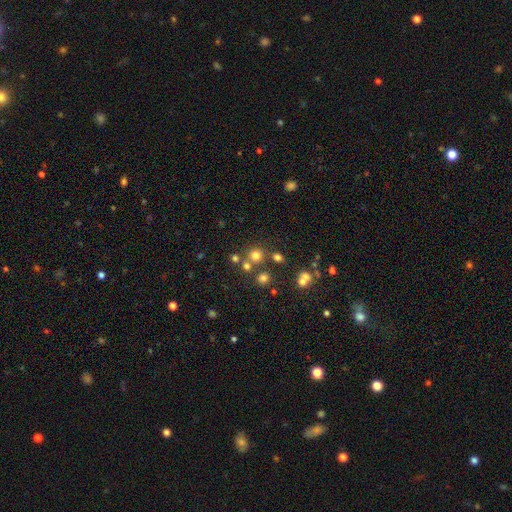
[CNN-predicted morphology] Q: Smooth or featured?
A: smooth (70%); runner-up: star or artifact (21%)
Q: How rounded?
A: round (90%); runner-up: in between (9%)
Q: Merging?
A: none (71%); runner-up: merger (17%)